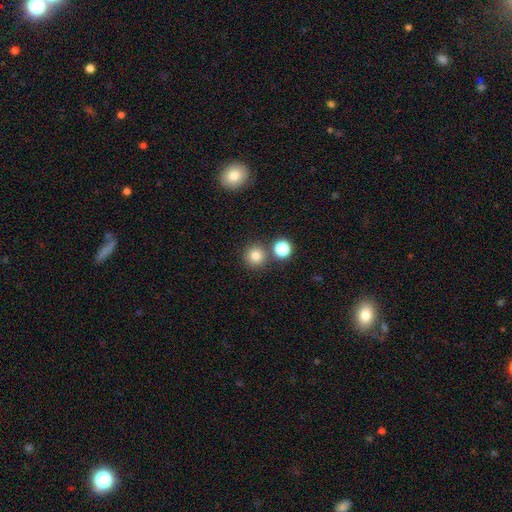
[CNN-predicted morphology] Overall: smooth (79%). How rounded: round (94%). Merging: none (79%).